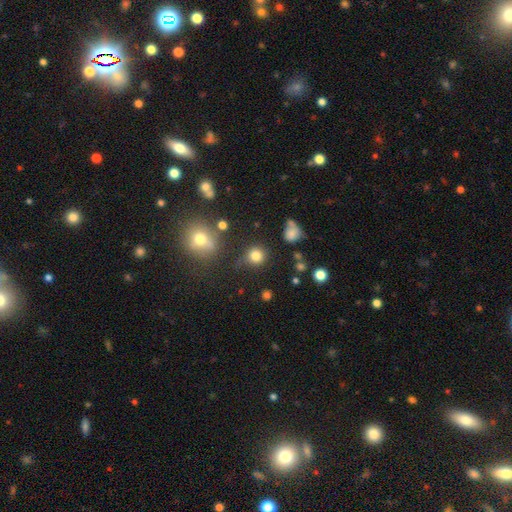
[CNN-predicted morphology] Smooth or featured: smooth — 80% (star or artifact — 15%)
How rounded: round — 90% (in between — 9%)
Merging: none — 74% (minor disturbance — 15%)